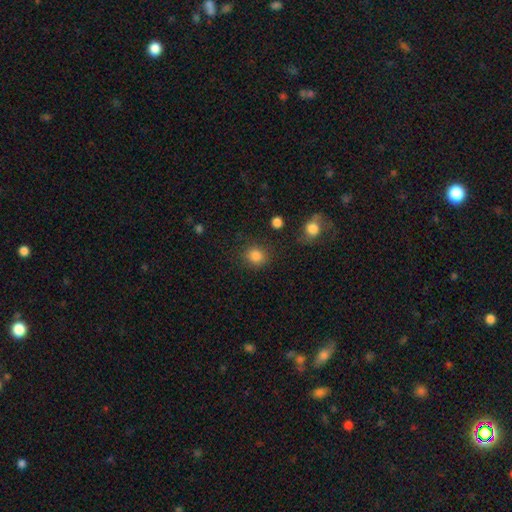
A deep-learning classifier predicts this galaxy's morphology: A smooth galaxy with no disk features (85%) that is round (81%).

Vote fractions:
- Smooth or featured? smooth: 85% / star or artifact: 11% / featured or disk: 4%
- How rounded? round: 81% / in between: 18% / cigar-shaped: 1%
- Merging? none: 84% / minor disturbance: 9% / major disturbance: 4% / merger: 3%